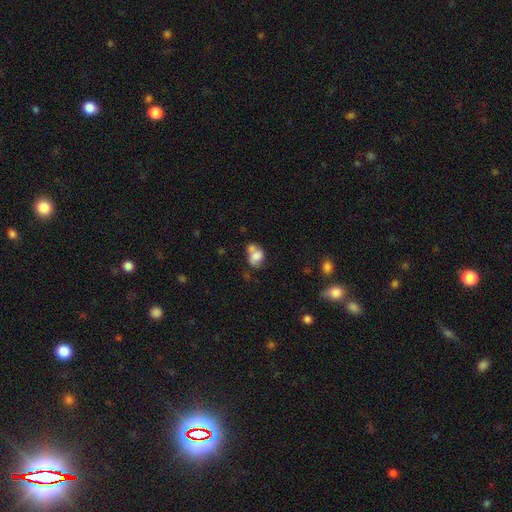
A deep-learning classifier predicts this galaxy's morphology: Smooth or featured?
  - smooth: 69% *
  - featured or disk: 21%
  - star or artifact: 10%
How rounded?
  - in between: 65% *
  - round: 34%
  - cigar-shaped: 1%
Merging?
  - merger: 45% *
  - none: 28%
  - minor disturbance: 17%
  - major disturbance: 10%